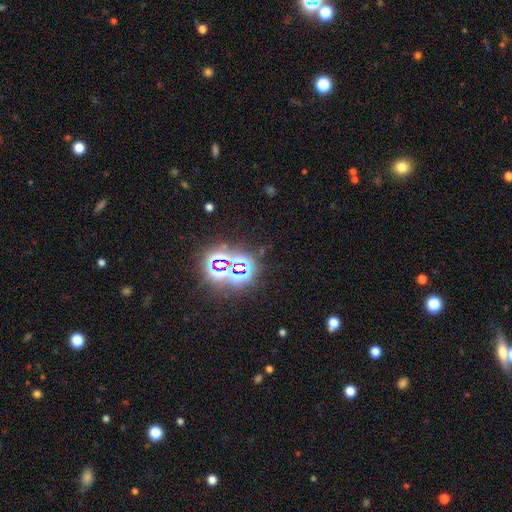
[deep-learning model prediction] Q: Smooth or featured?
A: star or artifact (72%); runner-up: smooth (19%)